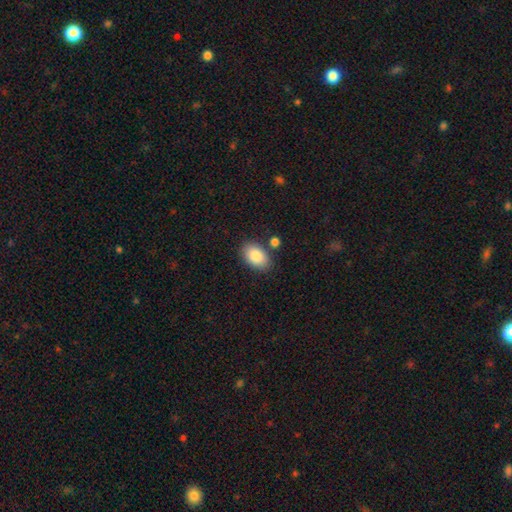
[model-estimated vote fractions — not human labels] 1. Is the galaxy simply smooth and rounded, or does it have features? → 87% smooth, 7% star or artifact, 6% featured or disk.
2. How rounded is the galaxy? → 90% in between, 8% round, 1% cigar-shaped.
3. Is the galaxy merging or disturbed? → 81% none, 11% minor disturbance, 5% merger, 3% major disturbance.